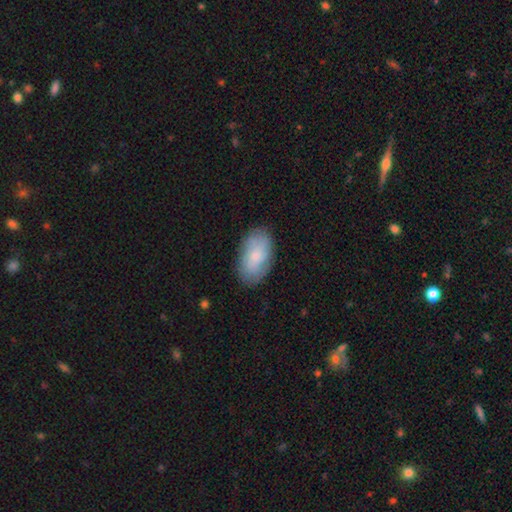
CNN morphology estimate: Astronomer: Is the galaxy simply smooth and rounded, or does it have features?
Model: smooth — 73%.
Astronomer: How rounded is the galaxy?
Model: in between — 94%.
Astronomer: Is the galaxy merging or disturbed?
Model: none — 82%.